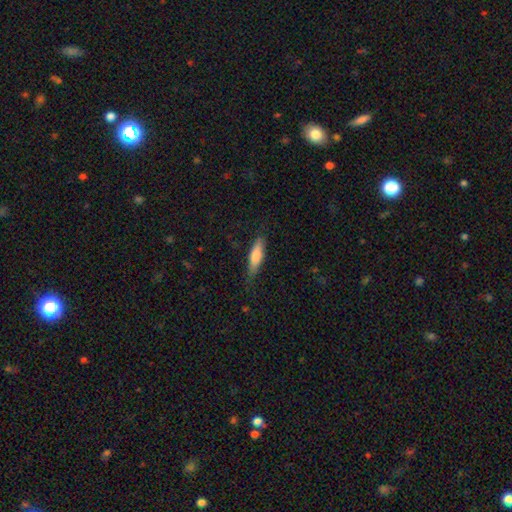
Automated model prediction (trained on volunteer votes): Morphology: type=smooth (75%); roundness=cigar-shaped (62%); merging=none (77%).